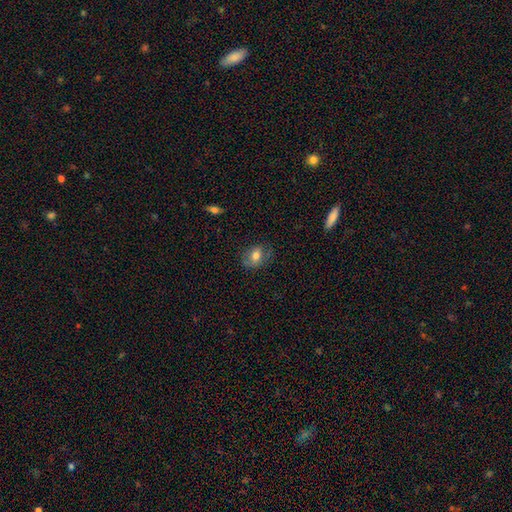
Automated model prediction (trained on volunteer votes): Smooth or featured?
  - smooth: 70% *
  - featured or disk: 21%
  - star or artifact: 9%
How rounded?
  - in between: 68% *
  - round: 30%
  - cigar-shaped: 1%
Merging?
  - none: 72% *
  - minor disturbance: 20%
  - major disturbance: 7%
  - merger: 1%